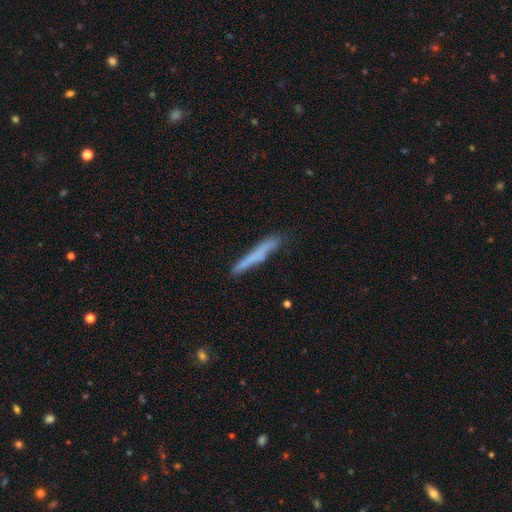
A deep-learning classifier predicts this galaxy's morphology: Overall: smooth (65%; featured or disk 28%). How rounded: cigar-shaped (96%). Merging: none (79%).